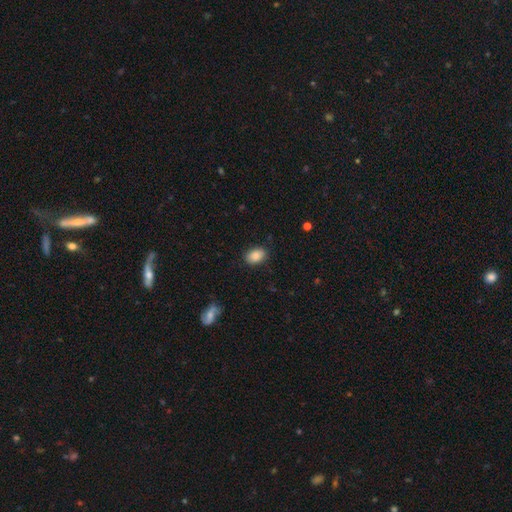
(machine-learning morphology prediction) Smooth or featured? Predicted: smooth (p=0.88). How rounded? Predicted: in between (p=0.83). Merging? Predicted: none (p=0.87).